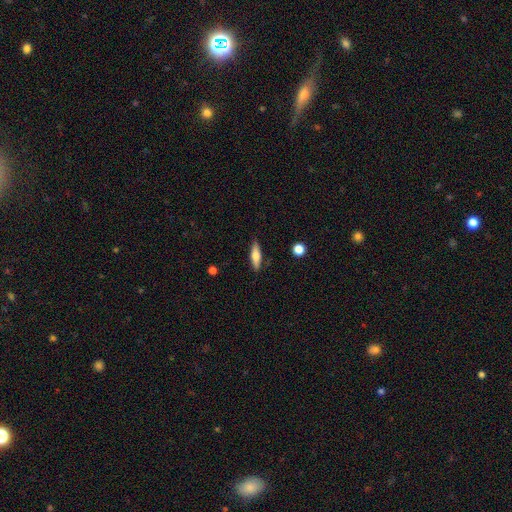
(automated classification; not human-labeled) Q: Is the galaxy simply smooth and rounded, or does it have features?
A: smooth — 60%.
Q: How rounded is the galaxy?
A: cigar-shaped — 60%.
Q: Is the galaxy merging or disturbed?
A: none — 87%.